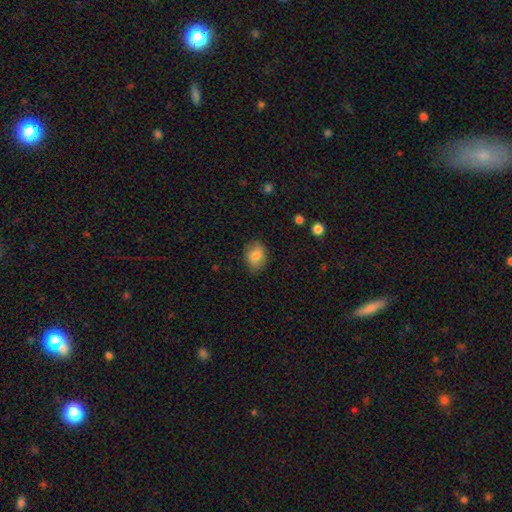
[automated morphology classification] A smooth galaxy with no disk features (81%) that is in between round and cigar-shaped (60%).

Vote fractions:
- Smooth or featured? smooth: 81% / featured or disk: 11% / star or artifact: 8%
- How rounded? in between: 60% / round: 39% / cigar-shaped: 1%
- Merging? none: 81% / minor disturbance: 14% / major disturbance: 3% / merger: 1%